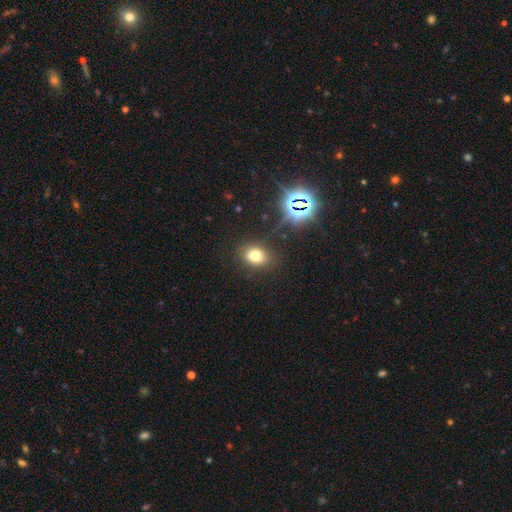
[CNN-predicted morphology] Q: Smooth or featured?
A: smooth (70%); runner-up: star or artifact (20%)
Q: How rounded?
A: in between (61%); runner-up: round (37%)
Q: Merging?
A: none (78%); runner-up: minor disturbance (14%)